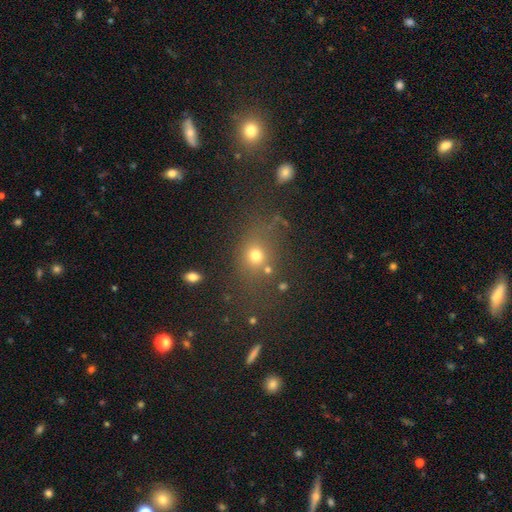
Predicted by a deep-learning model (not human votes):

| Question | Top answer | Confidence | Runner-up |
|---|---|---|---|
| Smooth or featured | smooth | 67% | star or artifact (21%) |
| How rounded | round | 60% | in between (37%) |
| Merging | none | 64% | minor disturbance (14%) |